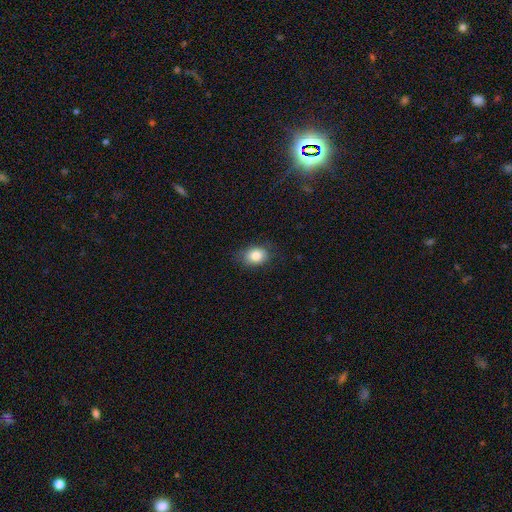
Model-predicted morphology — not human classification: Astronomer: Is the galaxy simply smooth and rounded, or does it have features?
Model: smooth — 83%.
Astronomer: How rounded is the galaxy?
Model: in between — 65%.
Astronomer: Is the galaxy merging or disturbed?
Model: none — 77%.